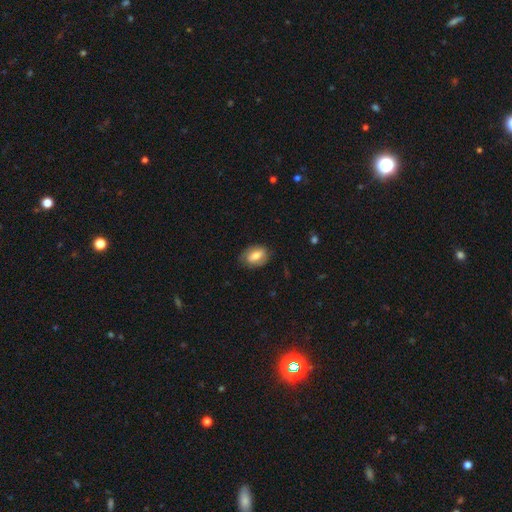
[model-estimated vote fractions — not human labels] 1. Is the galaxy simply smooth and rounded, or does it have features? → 64% smooth, 29% featured or disk, 7% star or artifact.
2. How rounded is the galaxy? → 85% in between, 13% round, 2% cigar-shaped.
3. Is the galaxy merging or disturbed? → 76% none, 18% minor disturbance, 5% major disturbance, 1% merger.